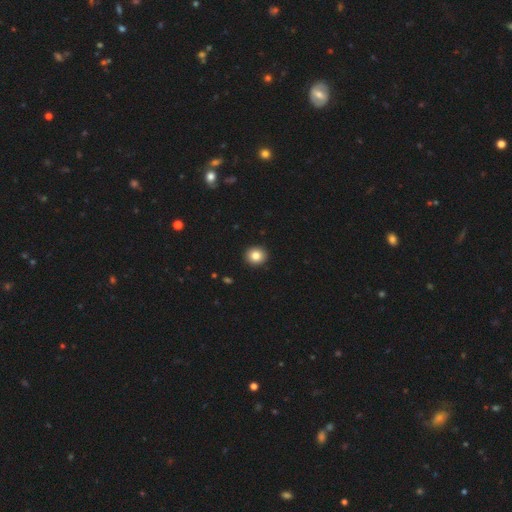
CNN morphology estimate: A smooth galaxy with no disk features (84%) that is round (86%). Merging: none (93%).